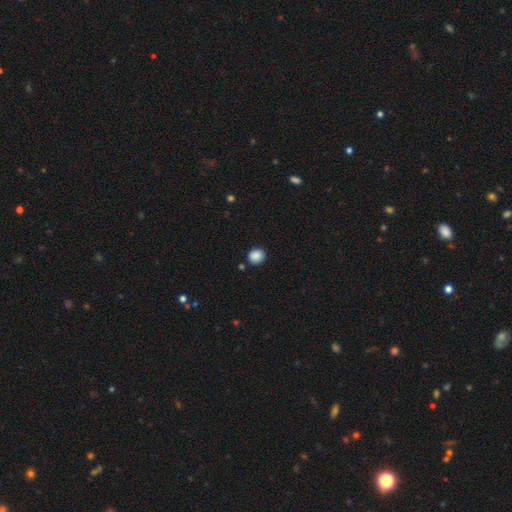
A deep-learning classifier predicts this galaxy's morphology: Q: Smooth or featured?
A: smooth (88%); runner-up: star or artifact (9%)
Q: How rounded?
A: round (83%); runner-up: in between (17%)
Q: Merging?
A: none (88%); runner-up: minor disturbance (8%)